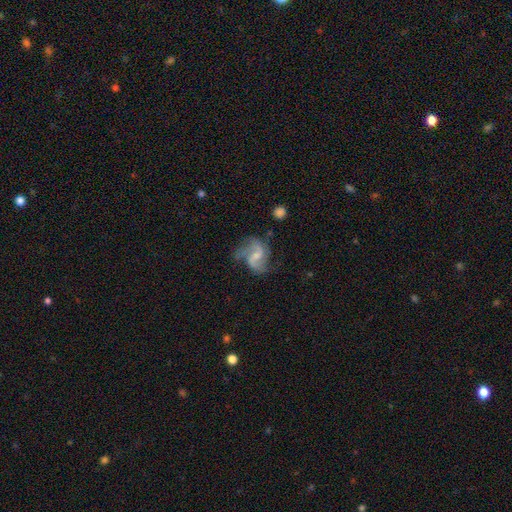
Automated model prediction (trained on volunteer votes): Overall: featured or disk (84%). Edge-on disk: no (98%). Bar: weak (54%; no 32%). Spiral arms: yes (95%). Spiral arm count: 2 (80%). Spiral winding: loose (45%, tied with medium). Bulge size: small (51%; moderate 34%). Merging: none (52%; minor disturbance 25%).